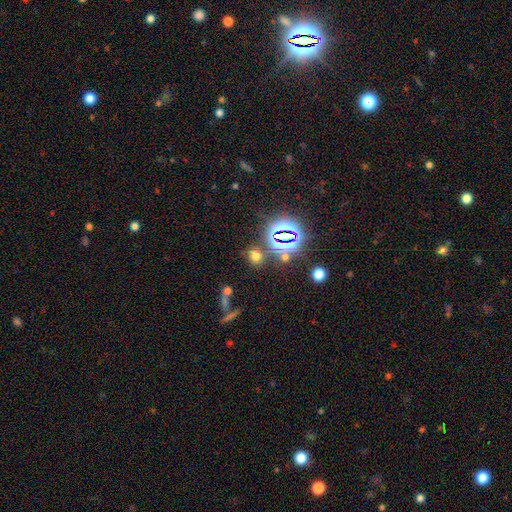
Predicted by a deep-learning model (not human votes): smooth_or_featured: smooth (p=0.56) [alt: star or artifact p=0.37]
how_rounded: round (p=0.69) [alt: in between p=0.29]
merging: none (p=0.76) [alt: minor disturbance p=0.10]